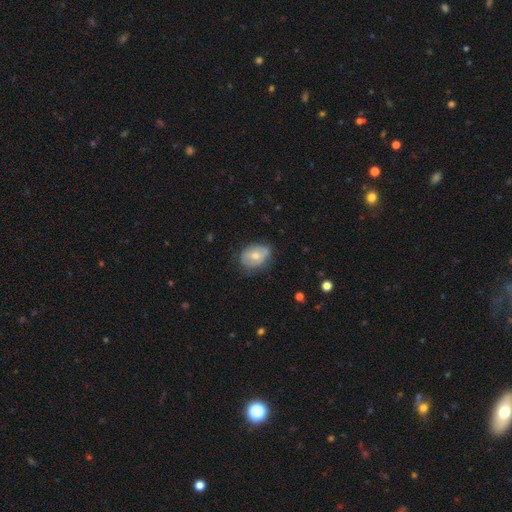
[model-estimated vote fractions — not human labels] Overall: smooth (57%; featured or disk 36%). How rounded: in between (68%; round 31%). Merging: none (63%; minor disturbance 28%).